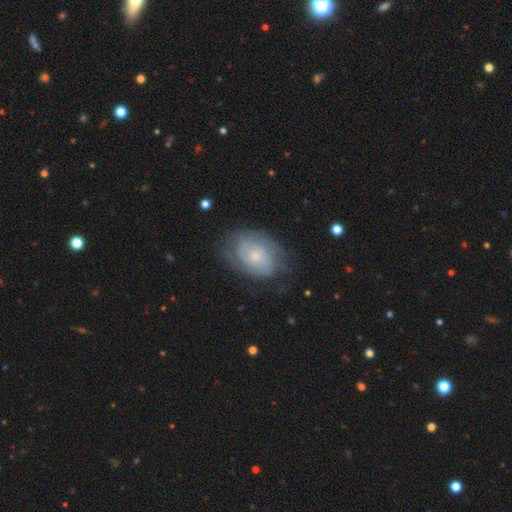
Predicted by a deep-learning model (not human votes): This is likely a featured or disk galaxy (65%). It is clearly not viewed edge-on (97%). Bar: likely no (79%). Spiral arm pattern: clearly yes (82%). Spiral arm count: possibly can't tell (45%). Spiral winding: likely tight (61%). Central bulge: likely small (67%). Merging: likely none (67%).